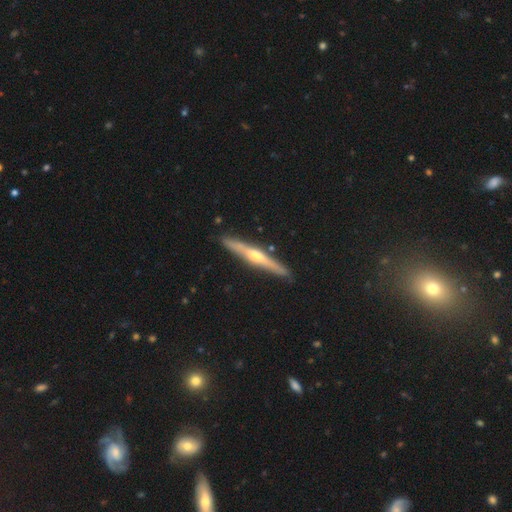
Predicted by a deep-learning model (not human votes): smooth_or_featured: featured or disk (p=0.68) [alt: smooth p=0.27]
disk_edge_on: yes (p=0.97) [alt: no p=0.03]
edge_on_bulge: rounded (p=0.86) [alt: none p=0.10]
merging: none (p=0.90) [alt: minor disturbance p=0.07]